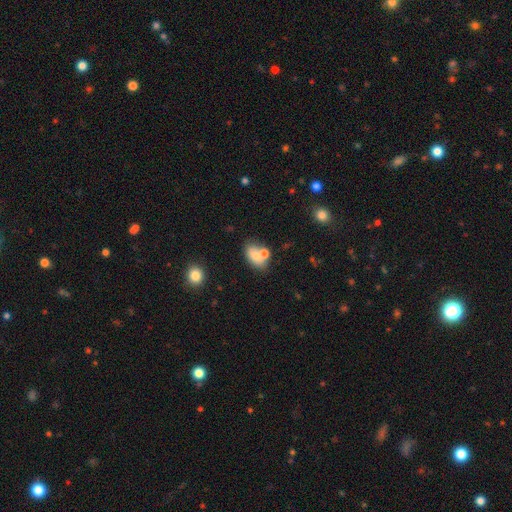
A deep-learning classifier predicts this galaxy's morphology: This is likely a smooth galaxy (71%). How rounded: clearly in between (82%). Merging: possibly none (50%).